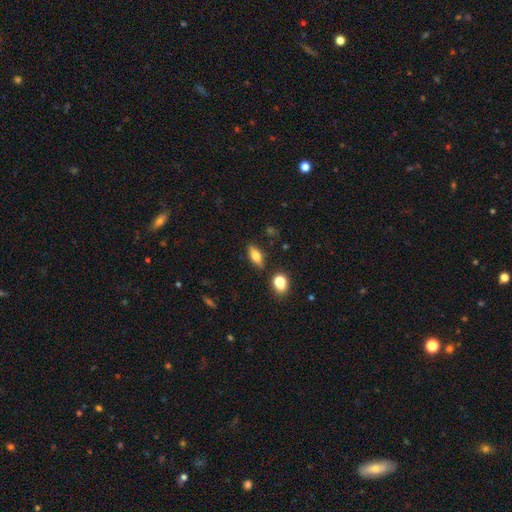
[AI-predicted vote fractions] Smooth or featured?
  - smooth: 75% *
  - featured or disk: 16%
  - star or artifact: 9%
How rounded?
  - in between: 75% *
  - cigar-shaped: 19%
  - round: 5%
Merging?
  - none: 81% *
  - minor disturbance: 12%
  - merger: 4%
  - major disturbance: 3%